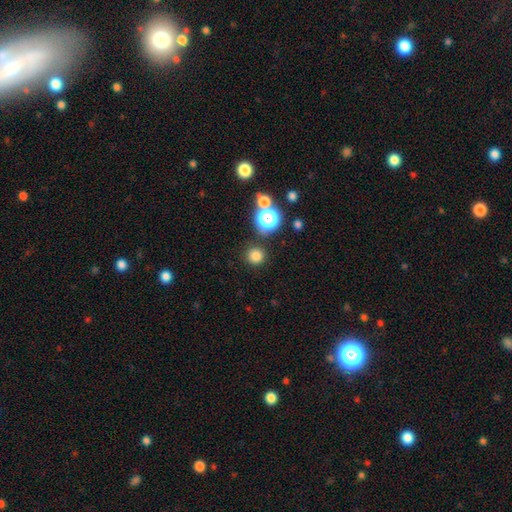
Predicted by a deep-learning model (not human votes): Q: Smooth or featured?
A: smooth (77%); runner-up: star or artifact (18%)
Q: How rounded?
A: round (94%); runner-up: in between (5%)
Q: Merging?
A: none (86%); runner-up: minor disturbance (7%)